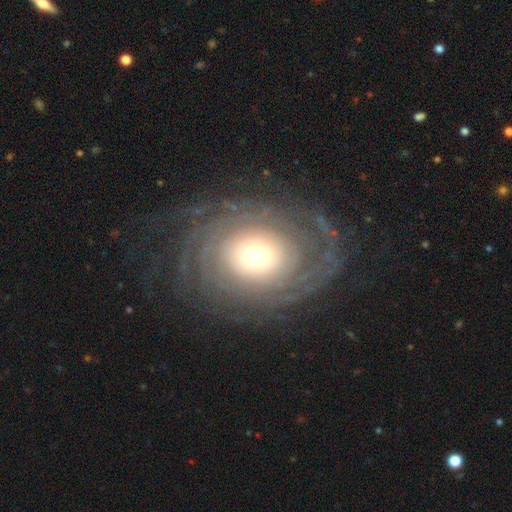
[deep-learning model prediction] Smooth or featured? featured or disk (79%)
Edge-on disk? no (96%)
Bar? no (83%)
Spiral arms? yes (89%)
Spiral winding? tight (76%)
Spiral arm count? can't tell (38%)
Bulge size? moderate (45%)
Merging? none (76%)